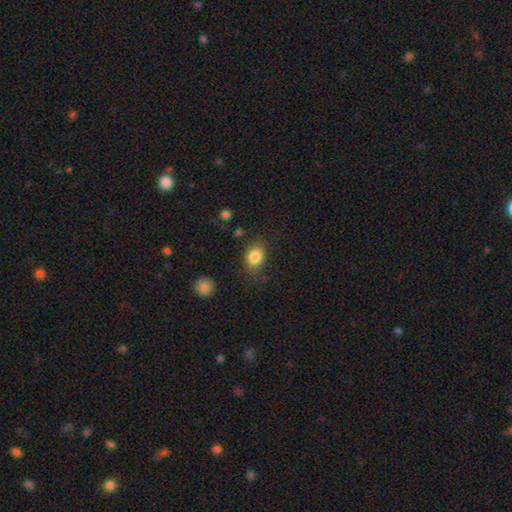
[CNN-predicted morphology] This is clearly a smooth galaxy (84%). How rounded: possibly in between (56%). Merging: likely none (72%).